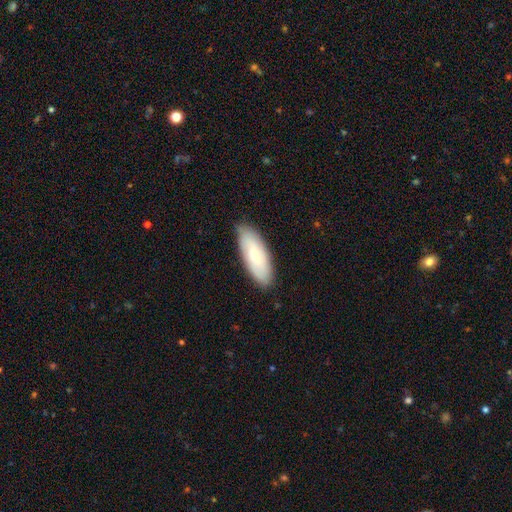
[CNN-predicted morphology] This is likely a smooth galaxy (64%). How rounded: likely in between (71%). Merging: clearly none (86%).